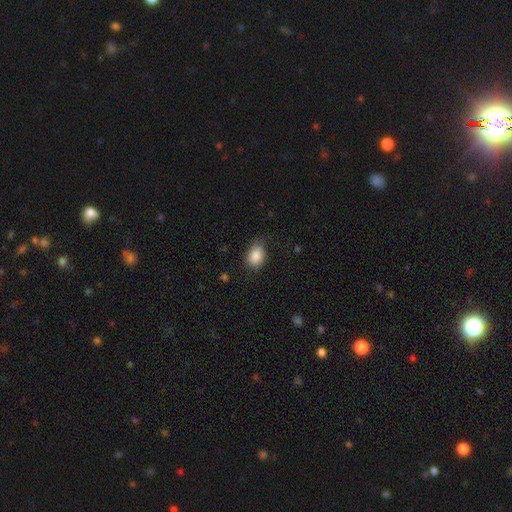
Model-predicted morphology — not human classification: Overall: smooth (86%). How rounded: in between (69%; round 30%). Merging: none (70%).